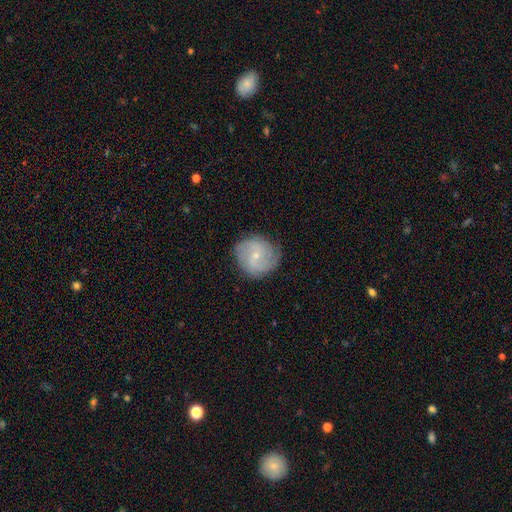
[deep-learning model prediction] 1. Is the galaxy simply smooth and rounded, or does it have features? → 74% featured or disk, 20% smooth, 6% star or artifact.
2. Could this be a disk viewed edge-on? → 98% no, 2% yes.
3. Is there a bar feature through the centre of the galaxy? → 45% weak, 44% no, 10% strong.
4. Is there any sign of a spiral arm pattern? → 92% yes, 8% no.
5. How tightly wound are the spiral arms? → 42% medium, 40% tight, 18% loose.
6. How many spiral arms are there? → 52% 2, 19% can't tell, 16% 3, 5% 4, 4% 1, 4% more than 4.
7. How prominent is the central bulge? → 75% small, 21% moderate, 2% none, 1% large, 1% dominant.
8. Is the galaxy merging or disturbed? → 79% none, 15% minor disturbance, 5% major disturbance, 1% merger.